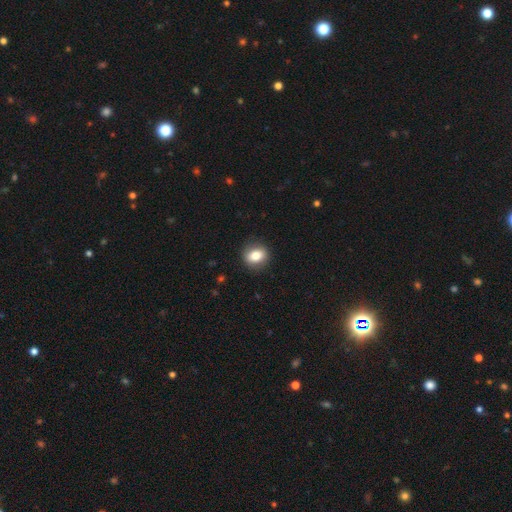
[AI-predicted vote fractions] Smooth or featured: smooth — 80% (featured or disk — 11%)
How rounded: round — 57% (in between — 42%)
Merging: none — 88% (minor disturbance — 9%)